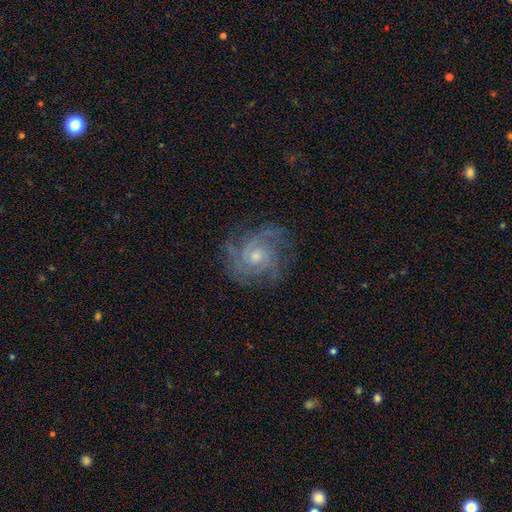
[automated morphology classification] Q: Smooth or featured?
A: featured or disk (84%); runner-up: smooth (8%)
Q: Edge-on disk?
A: no (98%); runner-up: yes (2%)
Q: Bar?
A: no (75%); runner-up: weak (22%)
Q: Spiral arms?
A: yes (96%); runner-up: no (4%)
Q: Spiral winding?
A: tight (53%); runner-up: medium (38%)
Q: Spiral arm count?
A: 3 (30%); runner-up: can't tell (25%)
Q: Bulge size?
A: moderate (51%); runner-up: small (43%)
Q: Merging?
A: none (73%); runner-up: minor disturbance (17%)